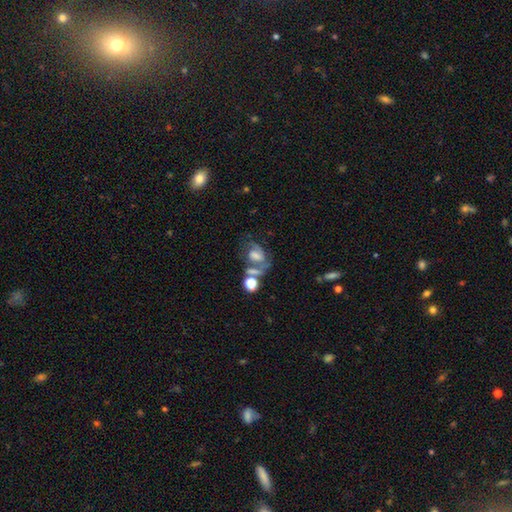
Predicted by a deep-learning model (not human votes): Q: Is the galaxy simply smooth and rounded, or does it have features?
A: featured or disk — 64%.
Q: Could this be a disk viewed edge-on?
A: no — 96%.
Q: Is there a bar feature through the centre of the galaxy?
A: no — 41%.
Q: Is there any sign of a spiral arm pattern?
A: yes — 84%.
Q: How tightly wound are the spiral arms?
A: medium — 49%.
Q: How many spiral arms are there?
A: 2 — 77%.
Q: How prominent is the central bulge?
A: moderate — 32%.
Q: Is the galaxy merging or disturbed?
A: none — 45%.